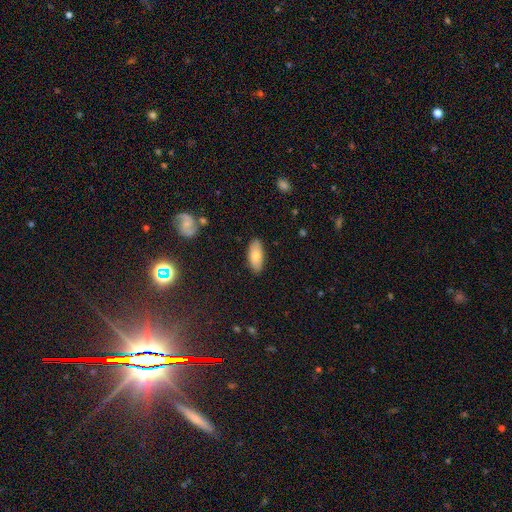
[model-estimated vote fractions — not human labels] Smooth or featured? Predicted: smooth (p=0.77). How rounded? Predicted: in between (p=0.87). Merging? Predicted: none (p=0.87).